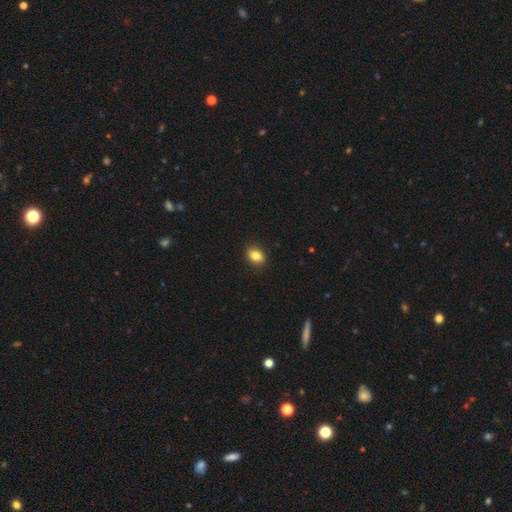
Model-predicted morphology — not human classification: This appears to be a smooth galaxy with no disk features (84%) that is in between round and cigar-shaped (70%). Merging: none (89%).